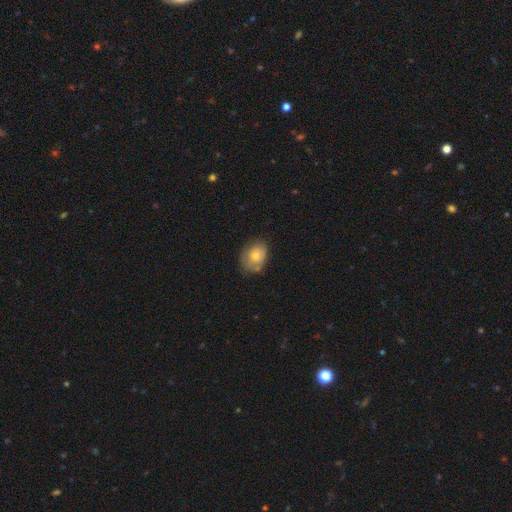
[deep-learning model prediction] This is likely a smooth galaxy (66%). How rounded: possibly in between (59%). Merging: likely none (65%).